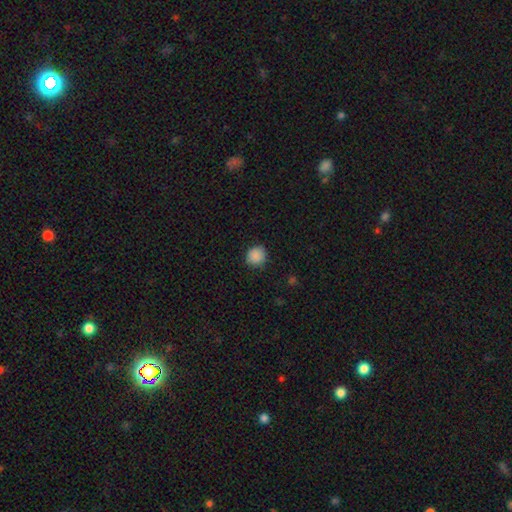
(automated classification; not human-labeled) The model was most divided on "how rounded": round: 85%, in between: 14%, cigar-shaped: 1%. More confident: smooth or featured — smooth (88%); merging — none (86%).